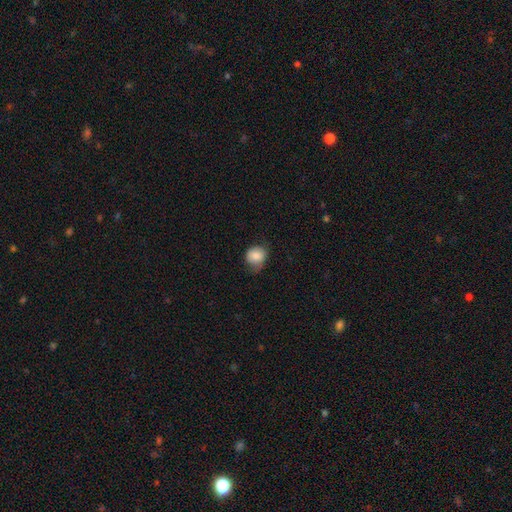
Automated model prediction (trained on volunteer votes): smooth-or-featured: smooth: 81% | featured or disk: 10% | star or artifact: 8%
  how-rounded: round: 74% | in between: 25% | cigar-shaped: 1%
  merging: none: 56% | minor disturbance: 32% | major disturbance: 10% | merger: 1%